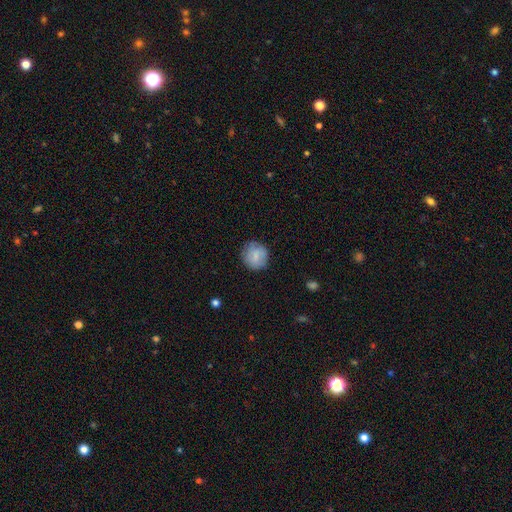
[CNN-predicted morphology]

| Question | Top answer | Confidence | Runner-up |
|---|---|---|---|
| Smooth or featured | smooth | 80% | featured or disk (13%) |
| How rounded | round | 91% | in between (8%) |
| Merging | none | 80% | minor disturbance (15%) |